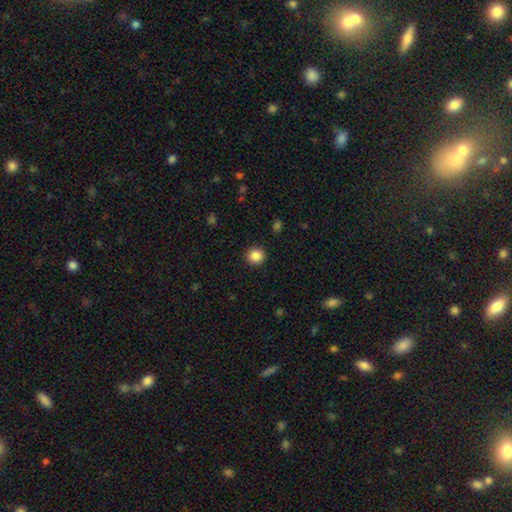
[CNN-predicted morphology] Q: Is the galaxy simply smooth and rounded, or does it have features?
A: smooth — 86%.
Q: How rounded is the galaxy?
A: round — 88%.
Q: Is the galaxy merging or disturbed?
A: none — 91%.